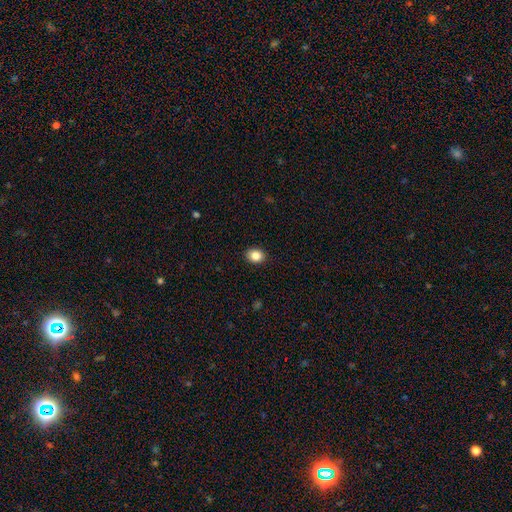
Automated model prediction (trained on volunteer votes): Smooth or featured: smooth — 85% (star or artifact — 9%)
How rounded: round — 52% (in between — 47%)
Merging: none — 91% (minor disturbance — 7%)